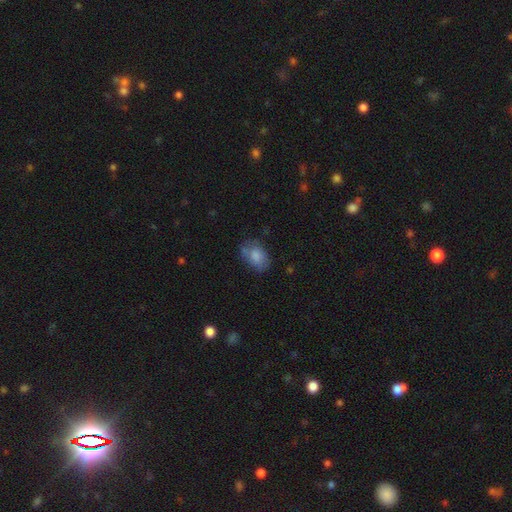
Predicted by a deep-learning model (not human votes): The model was most divided on "merging": none: 57%, minor disturbance: 28%, major disturbance: 11%, merger: 4%. More confident: how rounded — in between (83%); smooth or featured — smooth (76%).